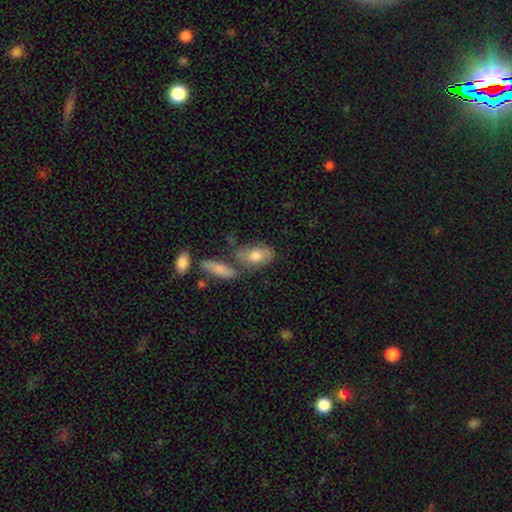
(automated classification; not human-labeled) Smooth or featured?
  - smooth: 74% *
  - featured or disk: 19%
  - star or artifact: 7%
How rounded?
  - in between: 86% *
  - round: 7%
  - cigar-shaped: 7%
Merging?
  - none: 53% *
  - merger: 21%
  - minor disturbance: 18%
  - major disturbance: 7%